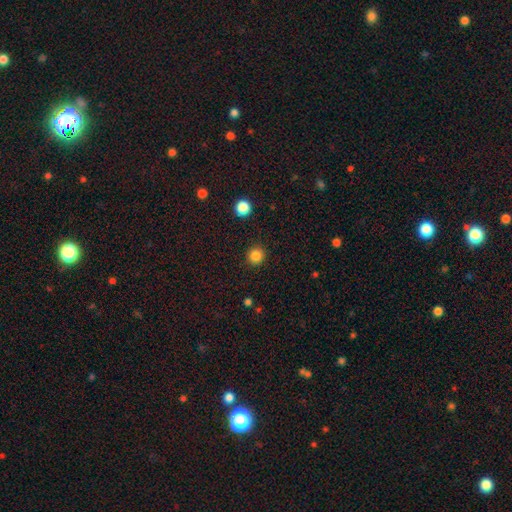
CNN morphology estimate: This is clearly a smooth galaxy (84%). How rounded: clearly round (94%). Merging: clearly none (91%).